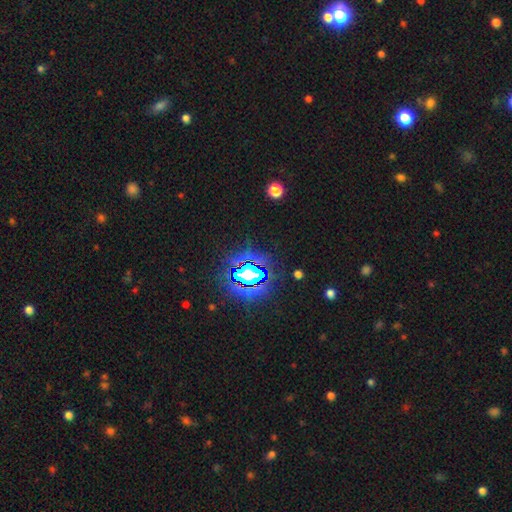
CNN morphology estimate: type=star or artifact (83%).